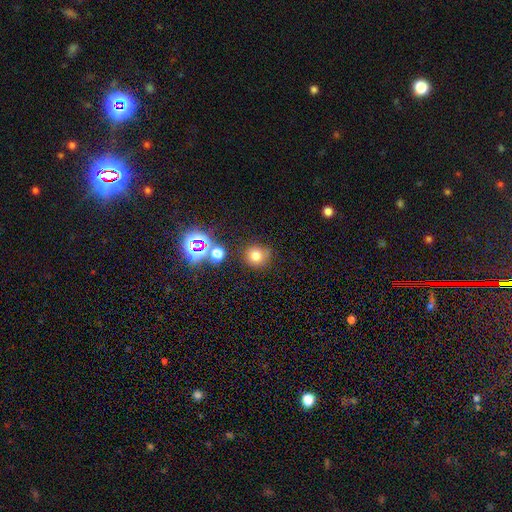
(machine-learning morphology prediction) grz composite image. It shows a smooth galaxy with no disk features (72%) that is round (89%). Merging: none (77%).